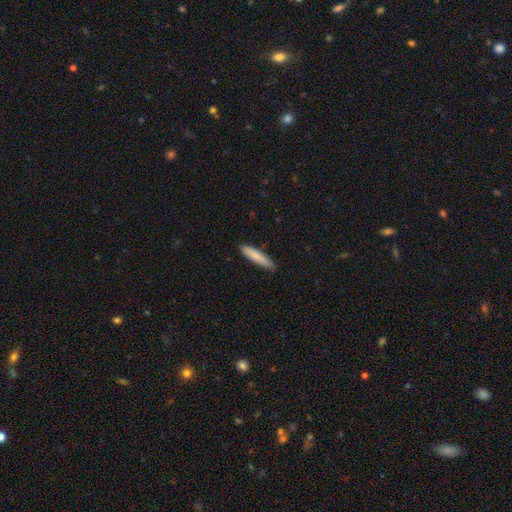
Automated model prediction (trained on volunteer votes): Overall: smooth (83%). How rounded: cigar-shaped (86%). Merging: none (88%).